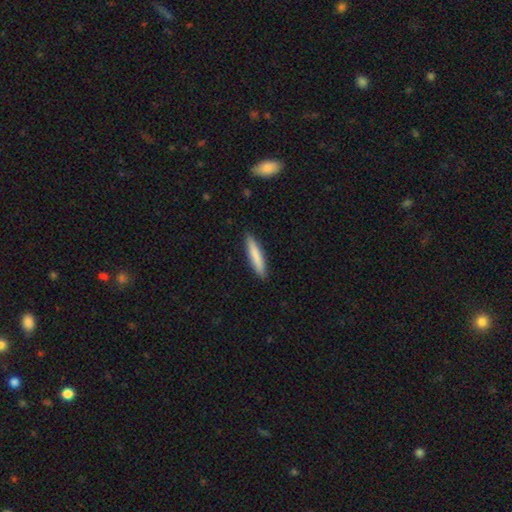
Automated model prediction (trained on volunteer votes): smooth_or_featured: smooth (p=0.81) [alt: featured or disk p=0.13]
how_rounded: cigar-shaped (p=0.89) [alt: in between p=0.10]
merging: none (p=0.90) [alt: minor disturbance p=0.07]